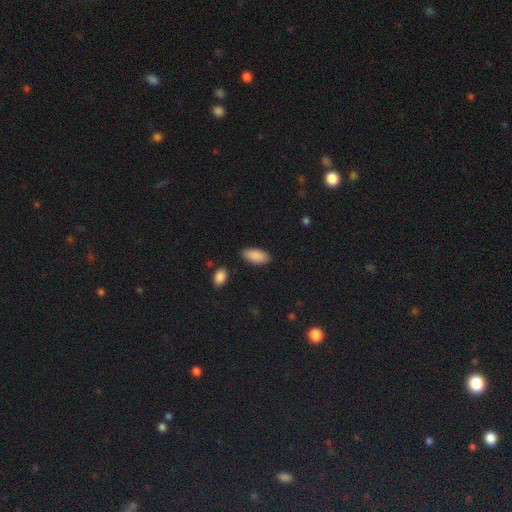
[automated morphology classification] type=smooth (89%); roundness=in between (89%); merging=none (86%).